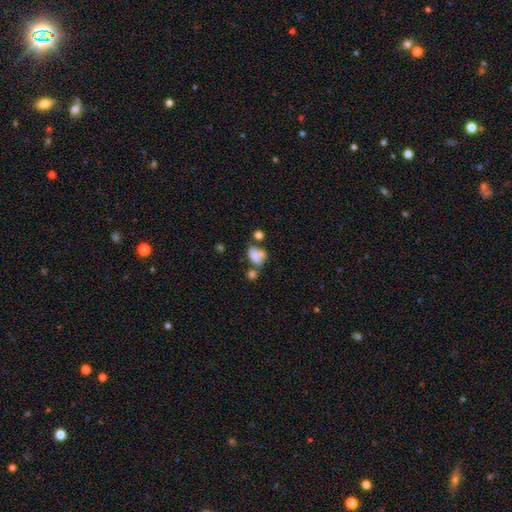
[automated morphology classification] This is likely a smooth galaxy (73%). How rounded: likely in between (79%). Merging: marginally merger (42%).